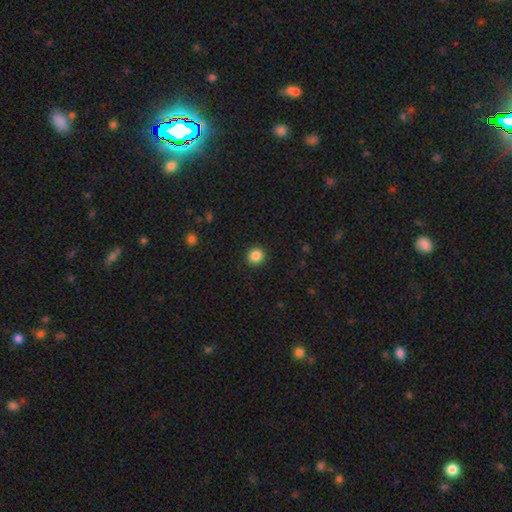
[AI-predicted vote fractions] A smooth galaxy with no disk features (86%) that is round (89%).

Vote fractions:
- Smooth or featured? smooth: 86% / star or artifact: 10% / featured or disk: 4%
- How rounded? round: 89% / in between: 10% / cigar-shaped: 1%
- Merging? none: 91% / minor disturbance: 6% / major disturbance: 2% / merger: 1%